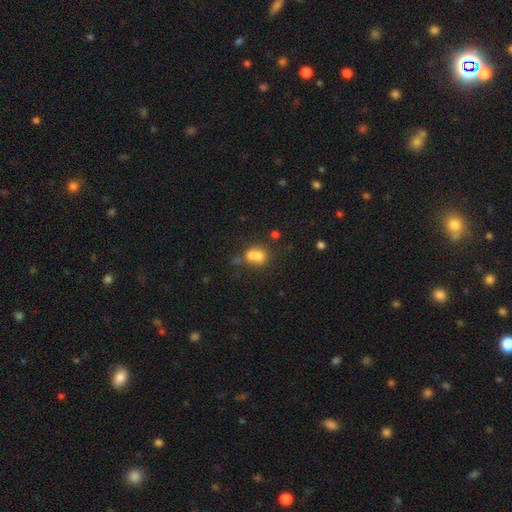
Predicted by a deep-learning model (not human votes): Smooth or featured: smooth — 68% (featured or disk — 19%)
How rounded: round — 61% (in between — 38%)
Merging: merger — 57% (none — 26%)